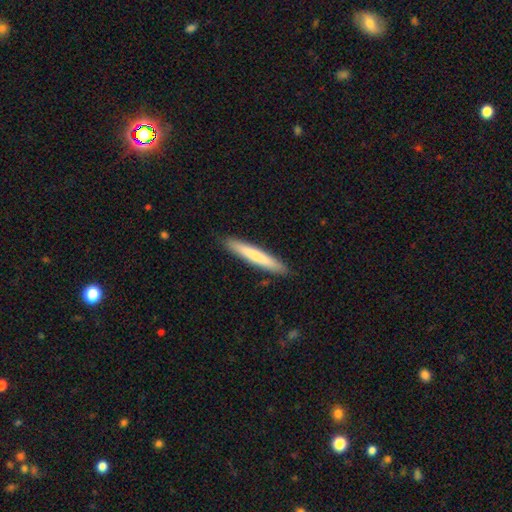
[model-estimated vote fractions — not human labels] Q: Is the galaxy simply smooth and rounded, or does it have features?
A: smooth — 68%.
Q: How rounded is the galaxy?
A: cigar-shaped — 95%.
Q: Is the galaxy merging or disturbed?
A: none — 90%.